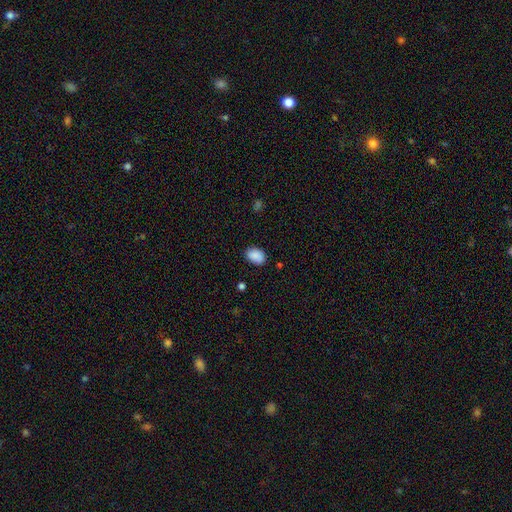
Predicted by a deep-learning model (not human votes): Smooth or featured: smooth — 89% (star or artifact — 8%)
How rounded: in between — 79% (round — 20%)
Merging: none — 82% (minor disturbance — 14%)